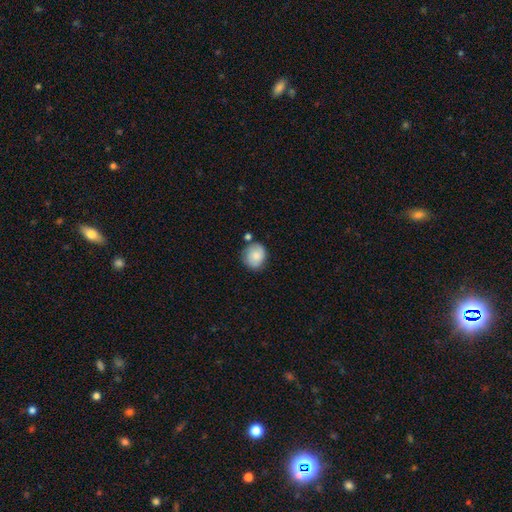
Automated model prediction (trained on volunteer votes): Overall: smooth (82%). How rounded: round (71%). Merging: none (68%).